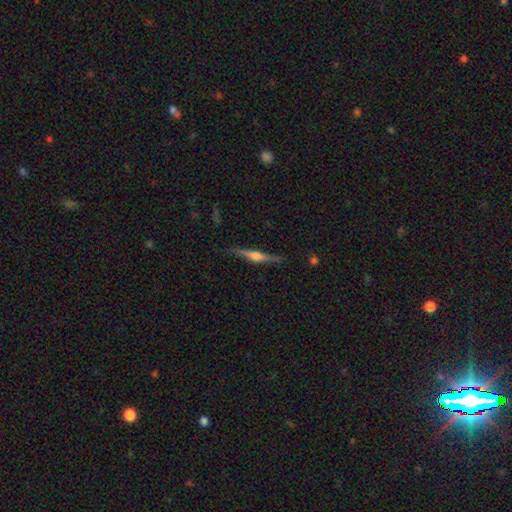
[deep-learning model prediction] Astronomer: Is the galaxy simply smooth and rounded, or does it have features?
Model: featured or disk — 74%.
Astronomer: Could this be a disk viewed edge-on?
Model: yes — 98%.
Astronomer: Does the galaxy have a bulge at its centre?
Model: rounded — 86%.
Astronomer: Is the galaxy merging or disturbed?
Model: none — 87%.